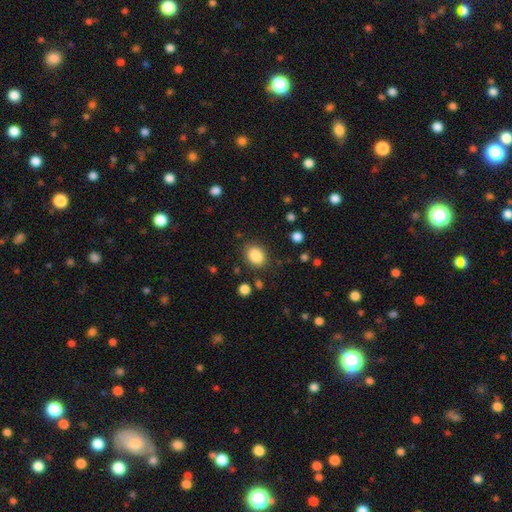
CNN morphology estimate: The model was most divided on "how rounded": in between: 50%, round: 49%, cigar-shaped: 1%. More confident: smooth or featured — smooth (86%); merging — none (84%).